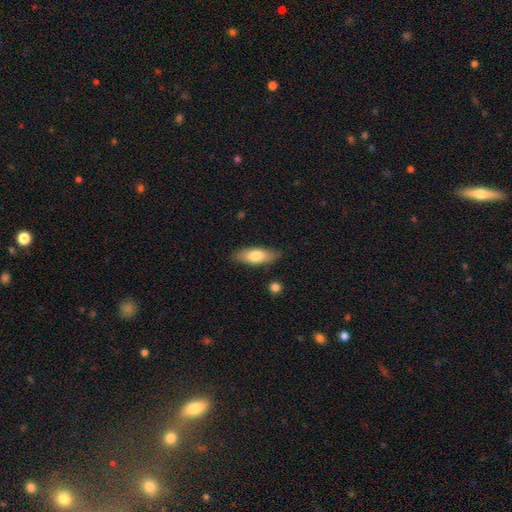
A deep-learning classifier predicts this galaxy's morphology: type=smooth (73%); roundness=in between (70%); merging=none (84%).